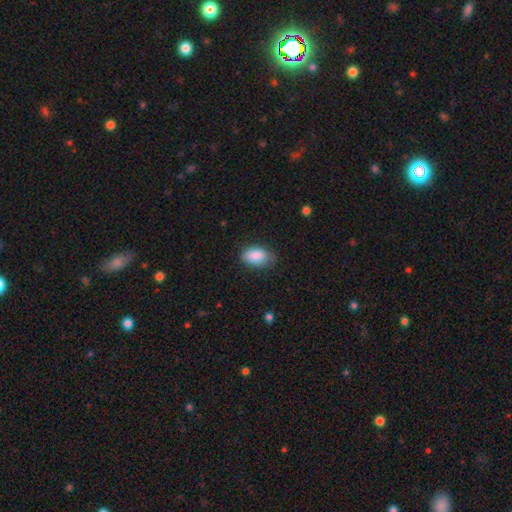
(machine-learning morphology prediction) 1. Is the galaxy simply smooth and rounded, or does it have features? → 88% smooth, 7% star or artifact, 5% featured or disk.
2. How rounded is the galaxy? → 91% in between, 8% round, 1% cigar-shaped.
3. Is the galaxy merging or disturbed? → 73% none, 22% minor disturbance, 4% major disturbance, 1% merger.